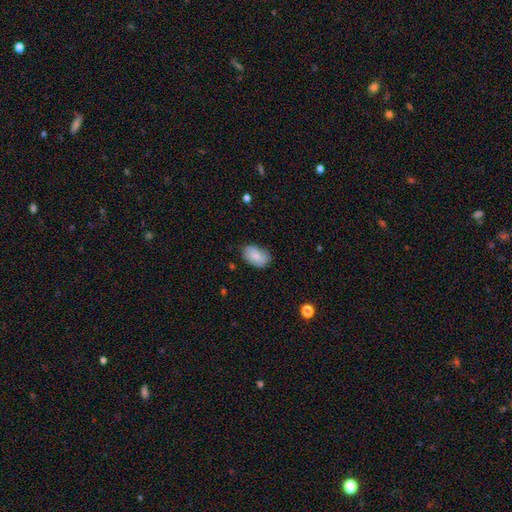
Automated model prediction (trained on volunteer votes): Overall: smooth (80%). How rounded: in between (86%). Merging: none (64%; minor disturbance 28%).